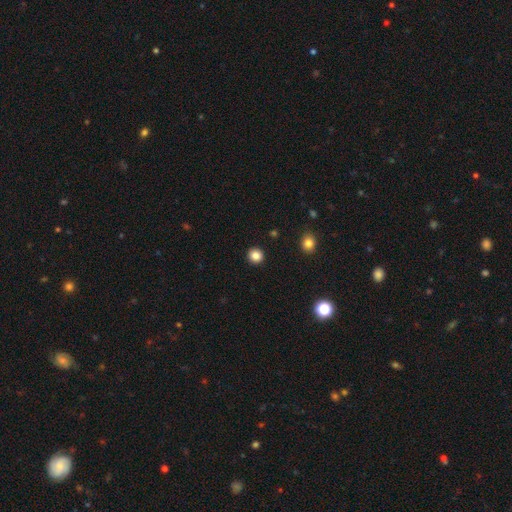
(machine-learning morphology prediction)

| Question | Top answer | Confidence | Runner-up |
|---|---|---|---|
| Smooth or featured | smooth | 85% | star or artifact (11%) |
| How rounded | round | 93% | in between (6%) |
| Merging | none | 93% | minor disturbance (4%) |